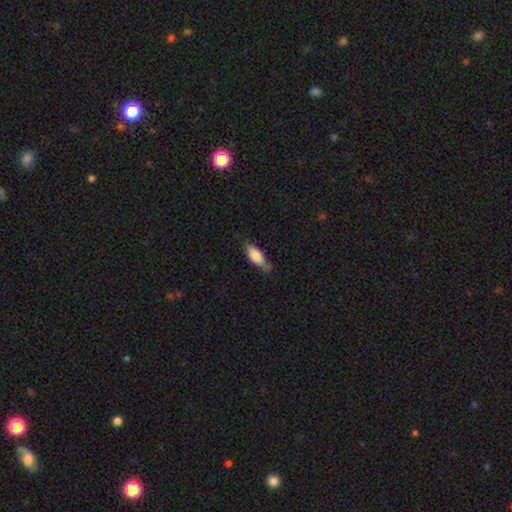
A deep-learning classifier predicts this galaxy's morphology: Smooth or featured: smooth — 78% (featured or disk — 15%)
How rounded: in between — 77% (cigar-shaped — 20%)
Merging: none — 55% (minor disturbance — 33%)